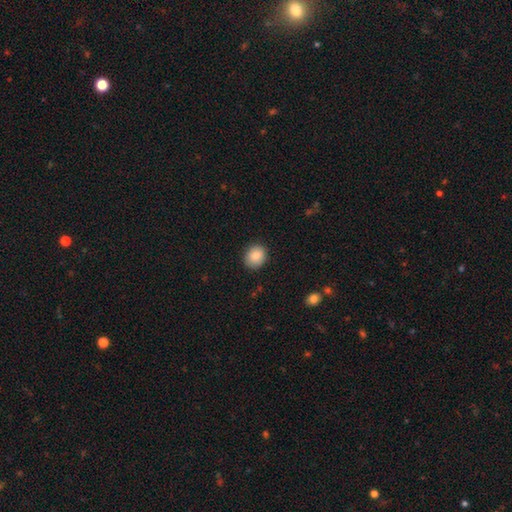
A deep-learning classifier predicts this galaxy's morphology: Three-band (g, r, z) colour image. It shows a smooth galaxy with no disk features (86%) that is round (70%). Merging: none (88%).